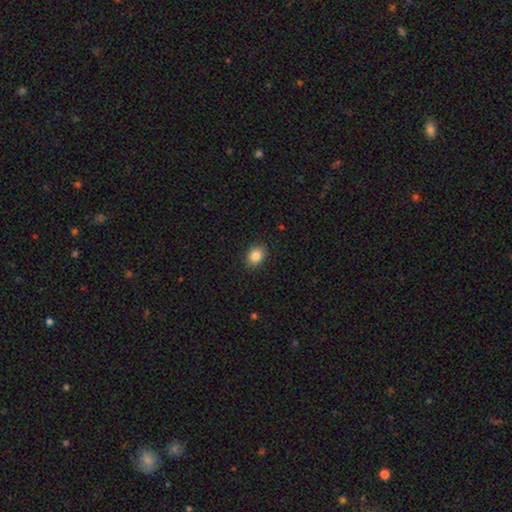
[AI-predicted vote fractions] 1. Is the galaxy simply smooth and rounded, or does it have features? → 85% smooth, 9% star or artifact, 5% featured or disk.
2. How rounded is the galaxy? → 59% in between, 40% round, 1% cigar-shaped.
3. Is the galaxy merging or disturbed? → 89% none, 8% minor disturbance, 2% major disturbance, 1% merger.